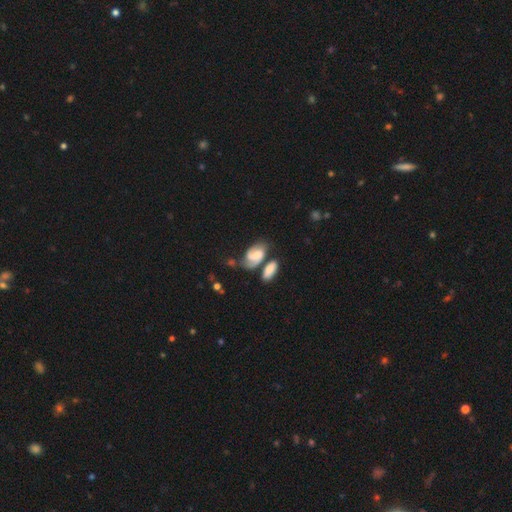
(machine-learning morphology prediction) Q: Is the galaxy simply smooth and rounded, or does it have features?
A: featured or disk — 61%.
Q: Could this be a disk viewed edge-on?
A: no — 96%.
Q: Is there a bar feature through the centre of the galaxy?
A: no — 47%.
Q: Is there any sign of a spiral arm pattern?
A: yes — 90%.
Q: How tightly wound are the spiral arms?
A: medium — 45%.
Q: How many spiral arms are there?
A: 2 — 72%.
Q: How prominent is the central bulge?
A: small — 29%.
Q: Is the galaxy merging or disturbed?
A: none — 40%.